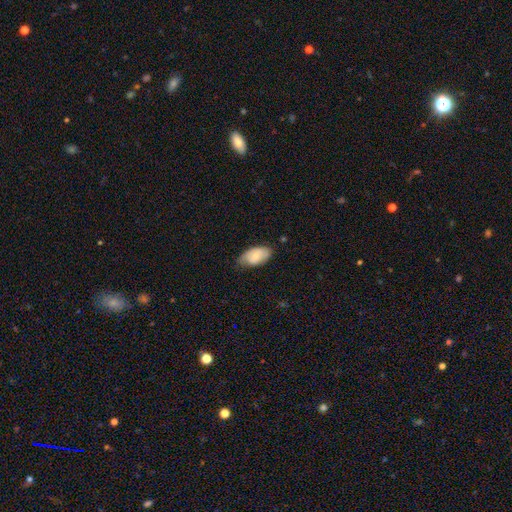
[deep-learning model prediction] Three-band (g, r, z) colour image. It shows a smooth galaxy with no disk features (72%) that is in between round and cigar-shaped (94%). Merging: none (59%).